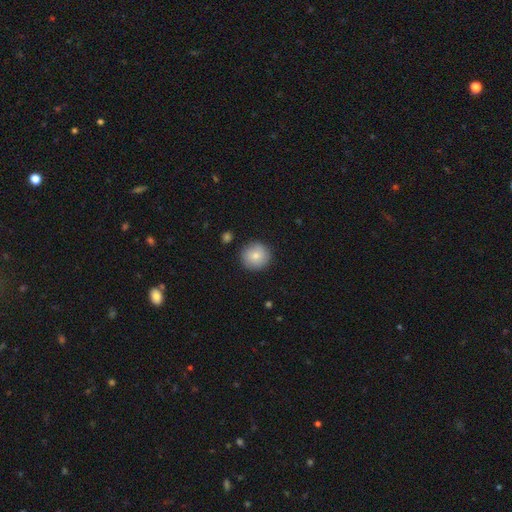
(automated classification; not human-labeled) The model was most divided on "smooth or featured": smooth: 82%, featured or disk: 10%, star or artifact: 8%. More confident: how rounded — round (94%); merging — none (88%).